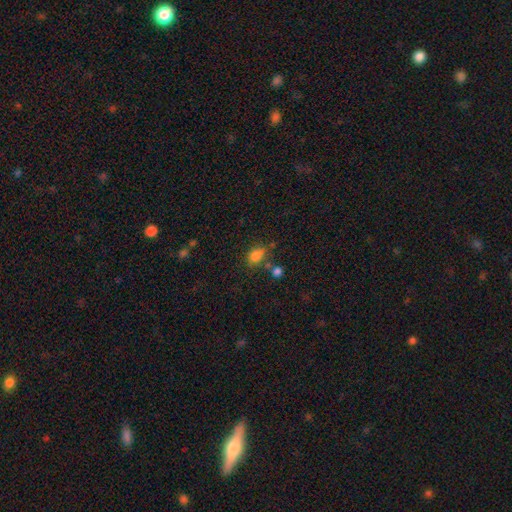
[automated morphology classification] smooth-or-featured: smooth: 81% | star or artifact: 12% | featured or disk: 7%
  how-rounded: in between: 74% | round: 24% | cigar-shaped: 2%
  merging: none: 61% | minor disturbance: 19% | merger: 13% | major disturbance: 7%